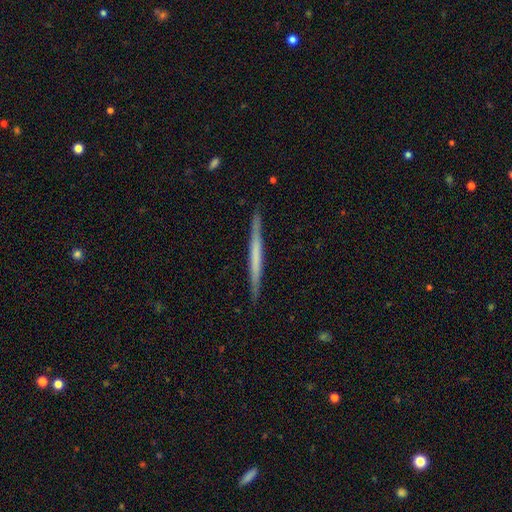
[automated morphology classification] A featured or disk galaxy (52%) viewed edge-on (97%) with no central bulge (87%).

Vote fractions:
- Smooth or featured? featured or disk: 52% / smooth: 42% / star or artifact: 5%
- Edge-on disk? yes: 97% / no: 3%
- Edge-on bulge? none: 87% / rounded: 7% / boxy: 6%
- Merging? none: 91% / minor disturbance: 7% / major disturbance: 1% / merger: 1%